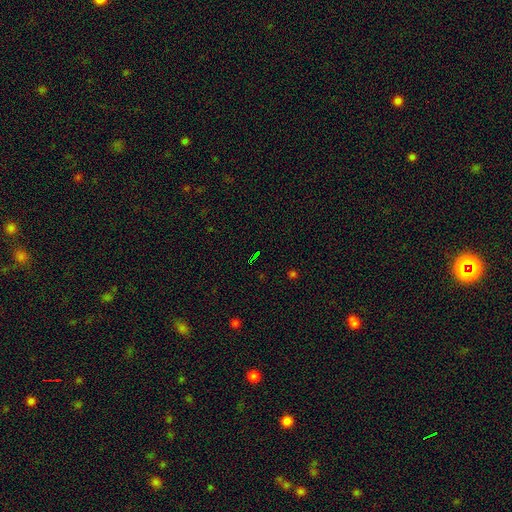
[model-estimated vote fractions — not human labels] Morphology: type=star or artifact (71%).